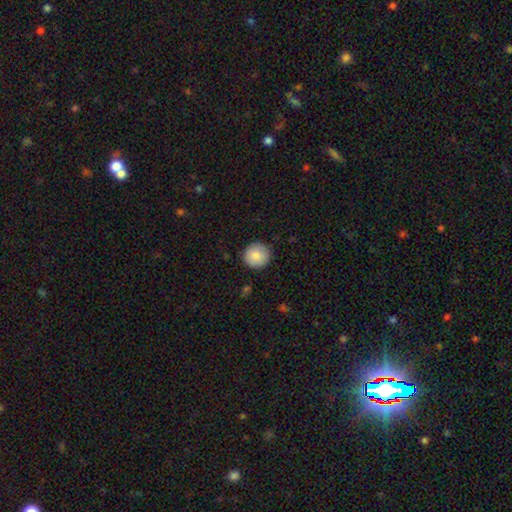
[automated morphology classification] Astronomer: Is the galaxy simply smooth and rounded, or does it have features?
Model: smooth — 85%.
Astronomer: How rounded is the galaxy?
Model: round — 95%.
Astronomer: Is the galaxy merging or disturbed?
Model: none — 90%.